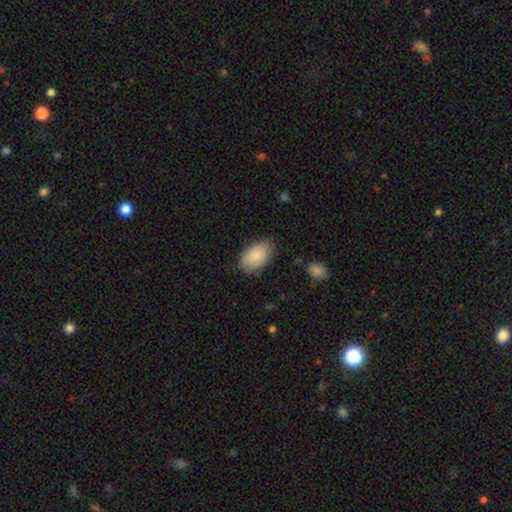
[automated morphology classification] This is clearly a smooth galaxy (85%). How rounded: clearly in between (92%). Merging: likely none (78%).